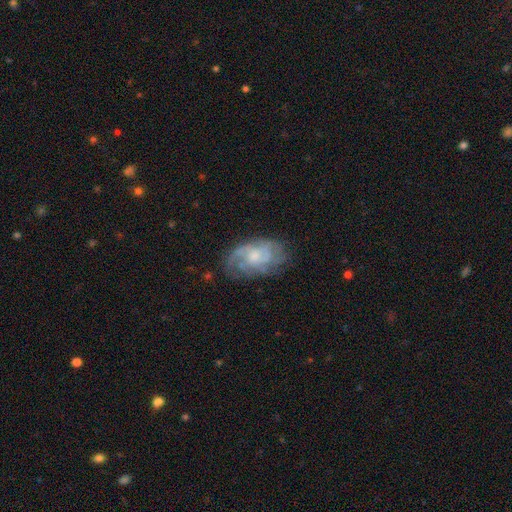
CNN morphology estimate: featured or disk 75%, smooth 18%, star or artifact 7%. Down the decision tree: edge-on disk — no (96%); bar — no (66%); spiral arms — yes (90%); spiral arm count — can't tell (39%); spiral winding — tight (42%); bulge size — small (43%); merging — none (66%).